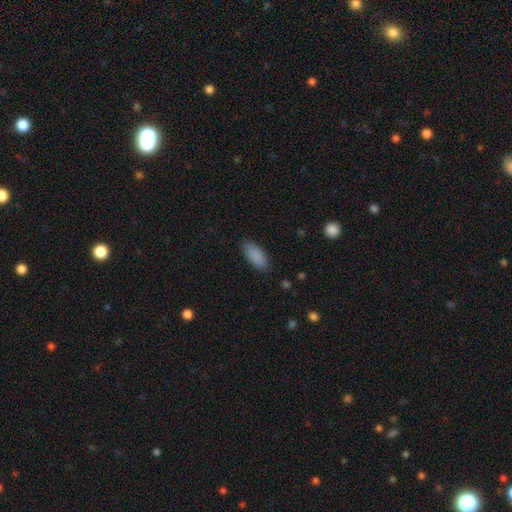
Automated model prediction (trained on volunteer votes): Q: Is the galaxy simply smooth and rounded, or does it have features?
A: smooth — 90%.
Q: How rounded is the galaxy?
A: in between — 87%.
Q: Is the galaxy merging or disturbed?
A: none — 86%.